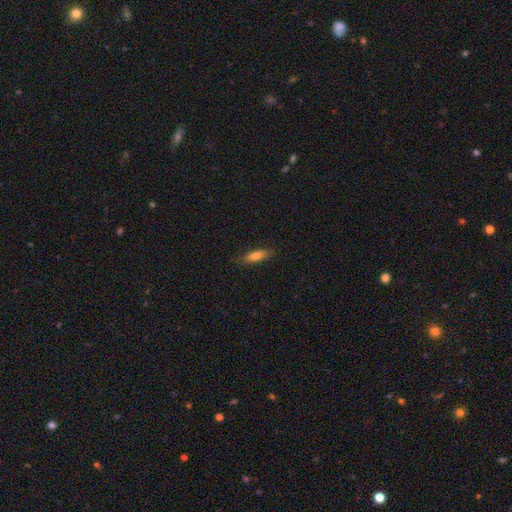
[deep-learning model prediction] A smooth galaxy with no disk features (75%) that is cigar-shaped (51%).

Vote fractions:
- Smooth or featured? smooth: 75% / featured or disk: 18% / star or artifact: 7%
- How rounded? cigar-shaped: 51% / in between: 47% / round: 2%
- Merging? none: 83% / minor disturbance: 13% / major disturbance: 3% / merger: 1%